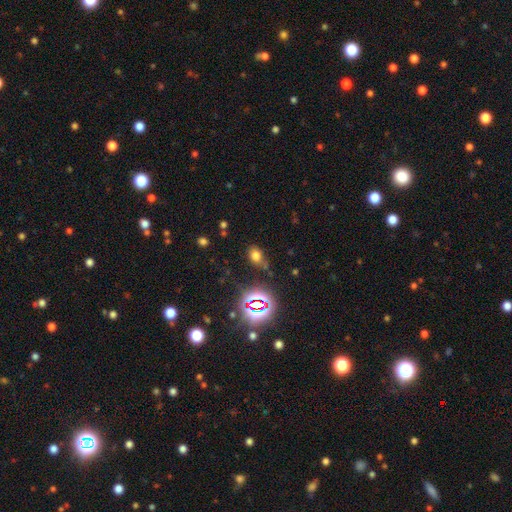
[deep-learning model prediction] smooth 65%, star or artifact 27%, featured or disk 8%. Down the decision tree: how rounded — in between (70%); merging — none (70%).